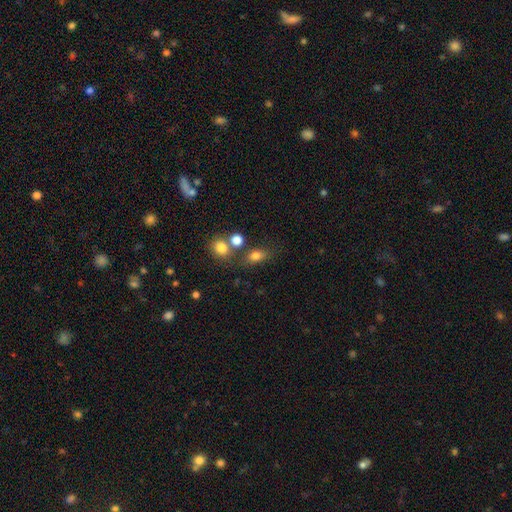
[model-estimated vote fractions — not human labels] This appears to be a smooth galaxy with no disk features (79%) that is in between round and cigar-shaped (67%). Merging: none (57%).